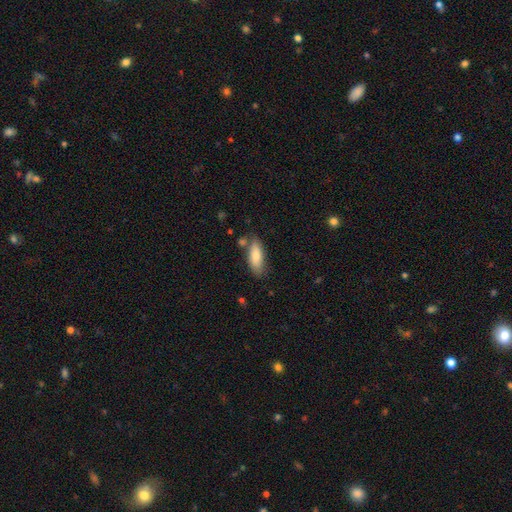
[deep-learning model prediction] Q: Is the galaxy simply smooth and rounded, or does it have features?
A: smooth — 78%.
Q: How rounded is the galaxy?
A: in between — 70%.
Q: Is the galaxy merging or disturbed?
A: none — 71%.